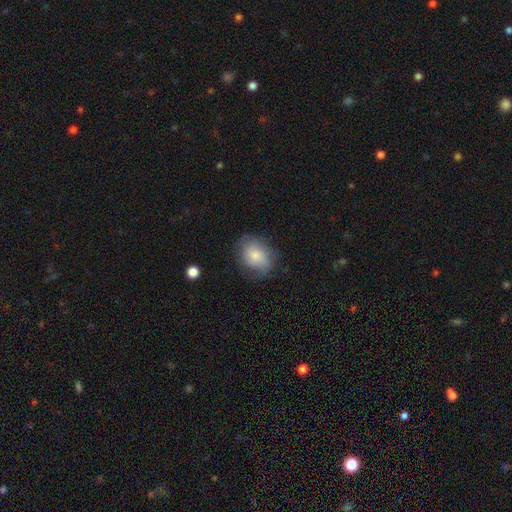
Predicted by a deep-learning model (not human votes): Smooth or featured? smooth (71%)
How rounded? in between (50%)
Merging? none (67%)